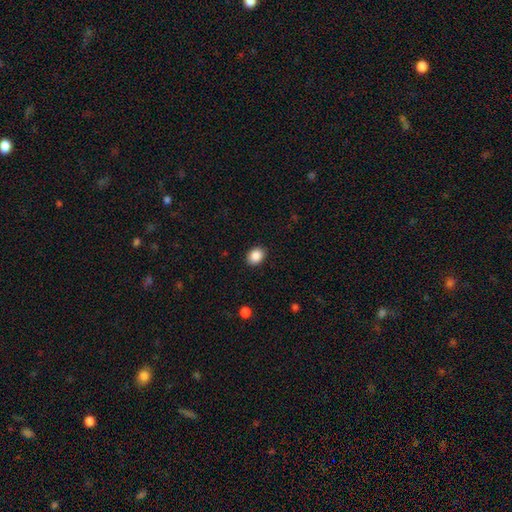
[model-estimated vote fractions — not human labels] Q: Smooth or featured?
A: smooth (88%); runner-up: star or artifact (8%)
Q: How rounded?
A: in between (57%); runner-up: round (43%)
Q: Merging?
A: none (90%); runner-up: minor disturbance (7%)